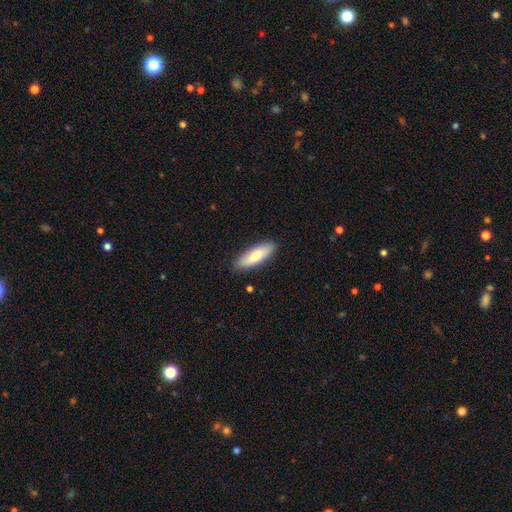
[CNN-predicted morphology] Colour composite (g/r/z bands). It shows a smooth galaxy with no disk features (74%) that is in between round and cigar-shaped (55%). Merging: none (87%).